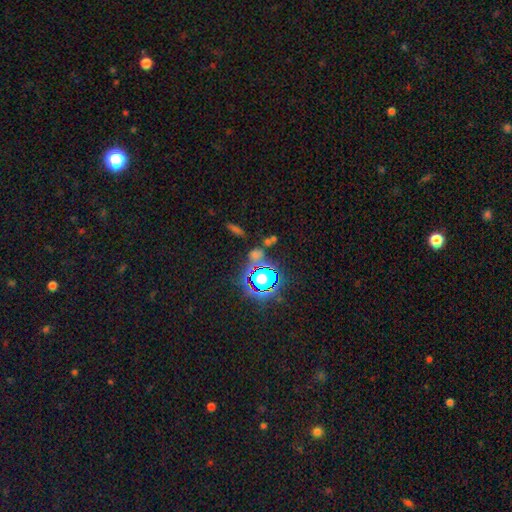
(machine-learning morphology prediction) type=star or artifact (52%).